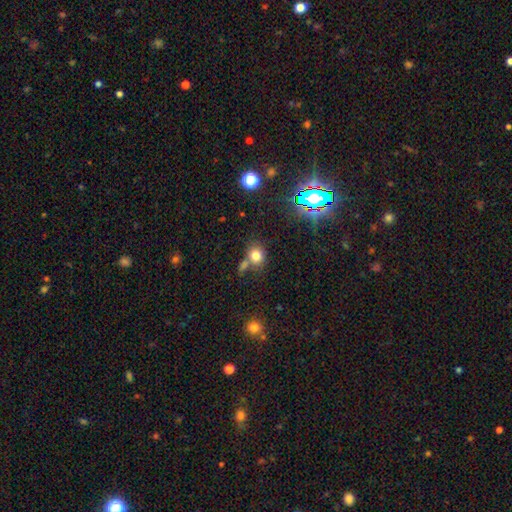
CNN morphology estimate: This is likely a smooth galaxy (76%). How rounded: likely round (77%). Merging: possibly none (60%).